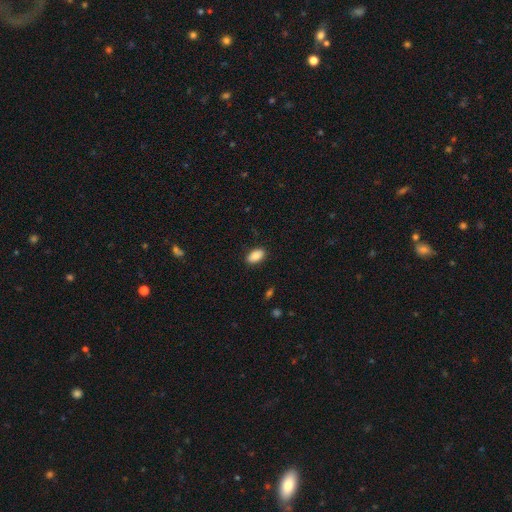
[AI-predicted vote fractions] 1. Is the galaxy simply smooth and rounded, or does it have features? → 87% smooth, 7% star or artifact, 6% featured or disk.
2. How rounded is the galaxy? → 93% in between, 5% round, 2% cigar-shaped.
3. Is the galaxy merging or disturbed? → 88% none, 9% minor disturbance, 2% major disturbance, 1% merger.